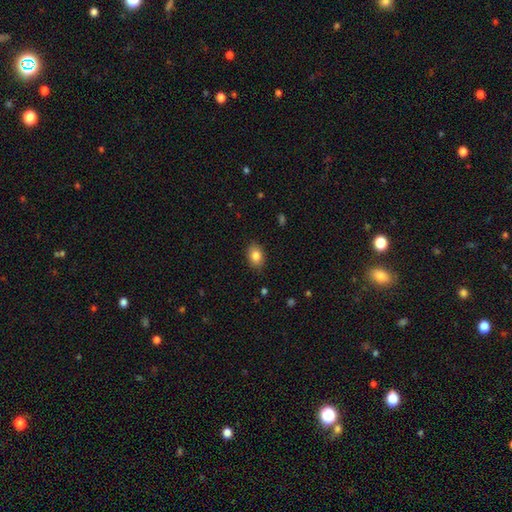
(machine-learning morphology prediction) Smooth or featured? smooth (85%)
How rounded? in between (79%)
Merging? none (87%)